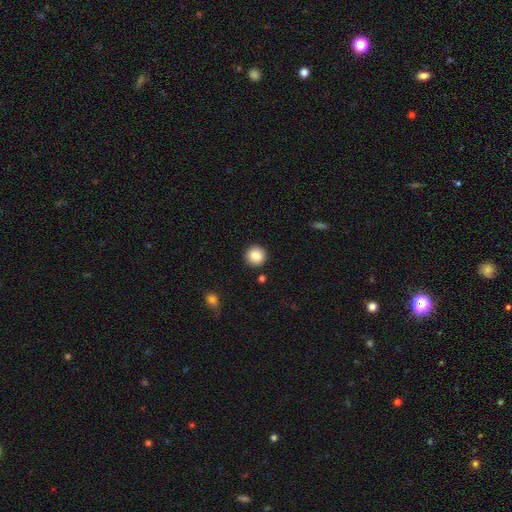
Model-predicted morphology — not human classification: type=smooth (86%); roundness=round (95%); merging=none (91%).